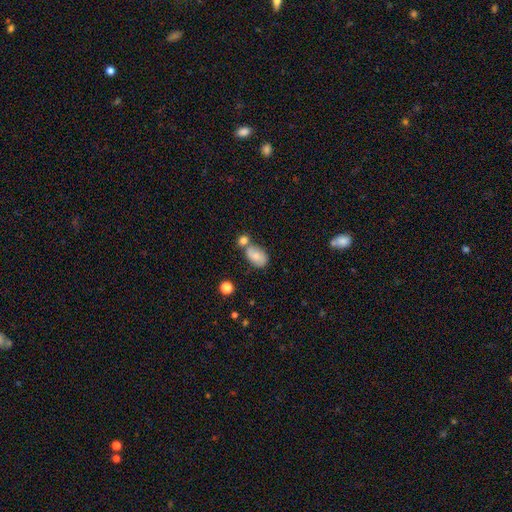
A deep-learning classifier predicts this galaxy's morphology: Smooth or featured? Predicted: smooth (p=0.68). How rounded? Predicted: in between (p=0.85). Merging? Predicted: none (p=0.45).